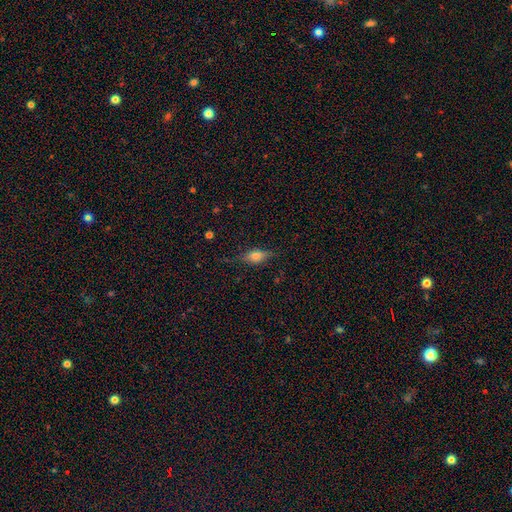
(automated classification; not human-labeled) Morphology: type=smooth (58%); roundness=in between (75%); merging=none (74%).